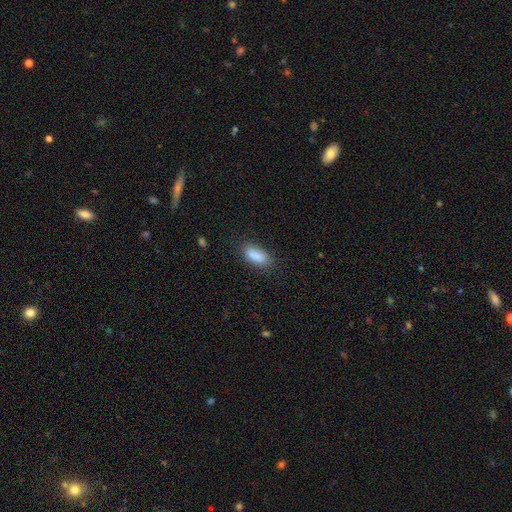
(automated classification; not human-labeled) Smooth or featured? smooth (87%)
How rounded? in between (83%)
Merging? none (78%)